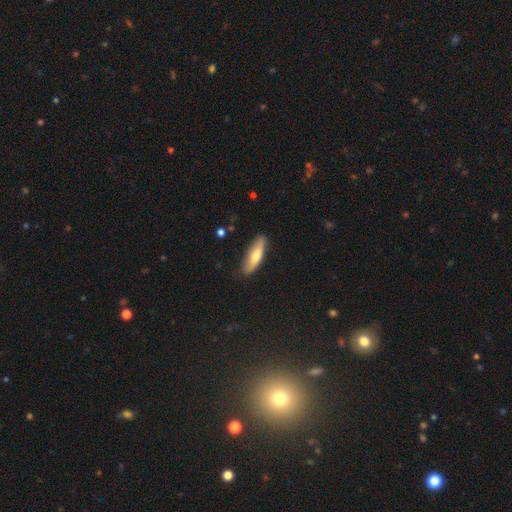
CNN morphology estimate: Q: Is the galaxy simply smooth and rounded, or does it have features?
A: smooth — 64%.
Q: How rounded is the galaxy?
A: cigar-shaped — 58%.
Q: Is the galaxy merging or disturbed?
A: none — 82%.